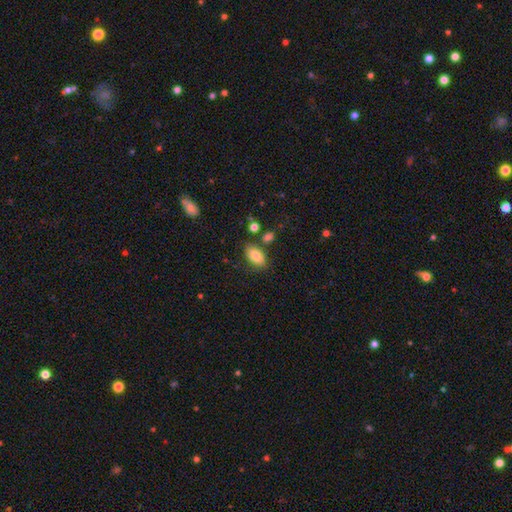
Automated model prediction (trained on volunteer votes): This is clearly a smooth galaxy (81%). How rounded: clearly in between (92%). Merging: likely none (75%).